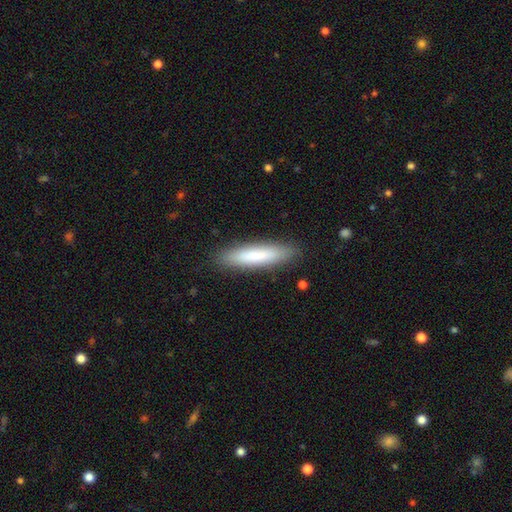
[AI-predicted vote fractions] A smooth galaxy with no disk features (75%) that is cigar-shaped (81%).

Vote fractions:
- Smooth or featured? smooth: 75% / featured or disk: 19% / star or artifact: 6%
- How rounded? cigar-shaped: 81% / in between: 18% / round: 1%
- Merging? none: 88% / minor disturbance: 9% / major disturbance: 2% / merger: 1%